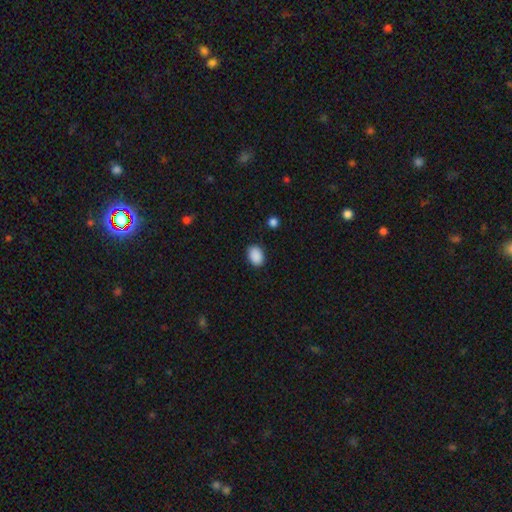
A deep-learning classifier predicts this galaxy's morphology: Smooth or featured?
  - smooth: 90% *
  - star or artifact: 8%
  - featured or disk: 2%
How rounded?
  - in between: 78% *
  - round: 21%
  - cigar-shaped: 1%
Merging?
  - none: 86% *
  - minor disturbance: 10%
  - major disturbance: 3%
  - merger: 1%